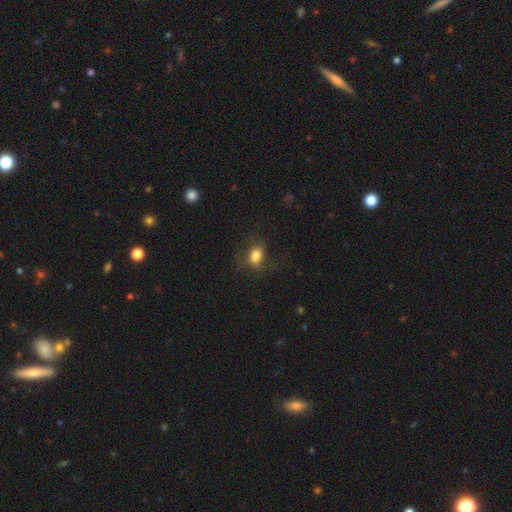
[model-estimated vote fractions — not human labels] smooth_or_featured: smooth (p=0.77) [alt: featured or disk p=0.13]
how_rounded: in between (p=0.71) [alt: round p=0.27]
merging: none (p=0.60) [alt: minor disturbance p=0.21]